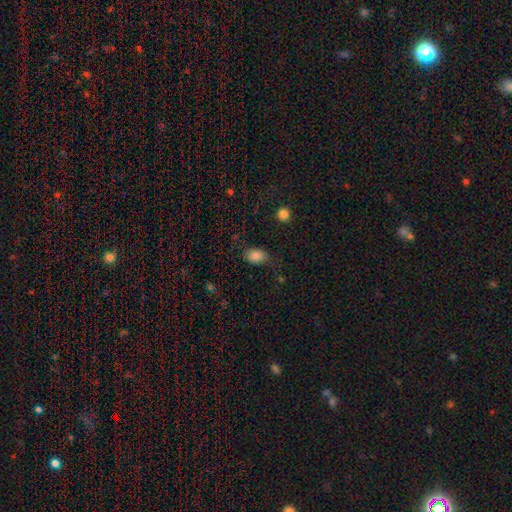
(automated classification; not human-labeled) smooth_or_featured: smooth (p=0.84) [alt: star or artifact p=0.09]
how_rounded: in between (p=0.84) [alt: round p=0.14]
merging: none (p=0.70) [alt: minor disturbance p=0.22]